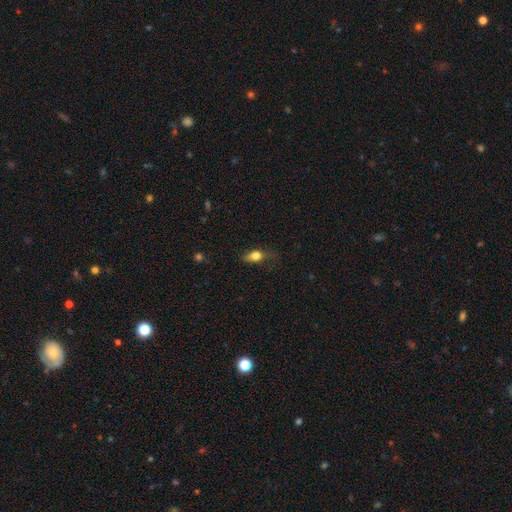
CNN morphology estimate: Q: Smooth or featured?
A: smooth (75%); runner-up: featured or disk (16%)
Q: How rounded?
A: in between (72%); runner-up: round (16%)
Q: Merging?
A: none (58%); runner-up: minor disturbance (28%)